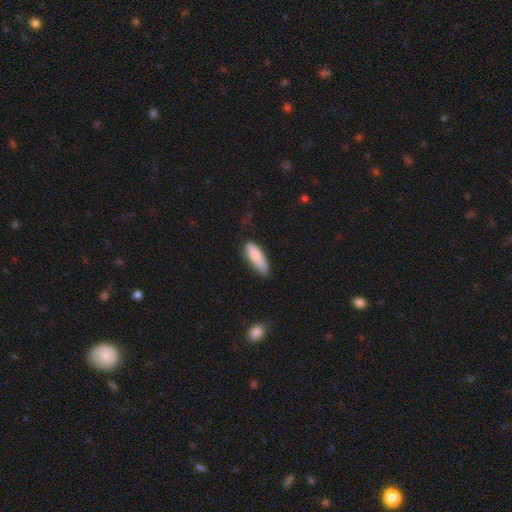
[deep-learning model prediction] A smooth galaxy with no disk features (84%) that is cigar-shaped (50%). Merging: none (66%).